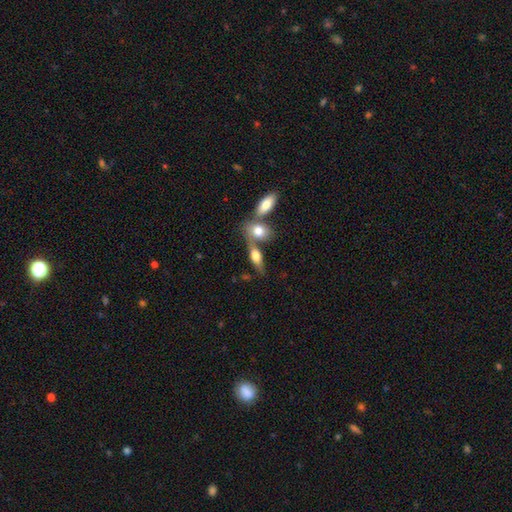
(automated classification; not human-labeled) Smooth or featured? smooth (61%)
How rounded? in between (69%)
Merging? merger (42%)